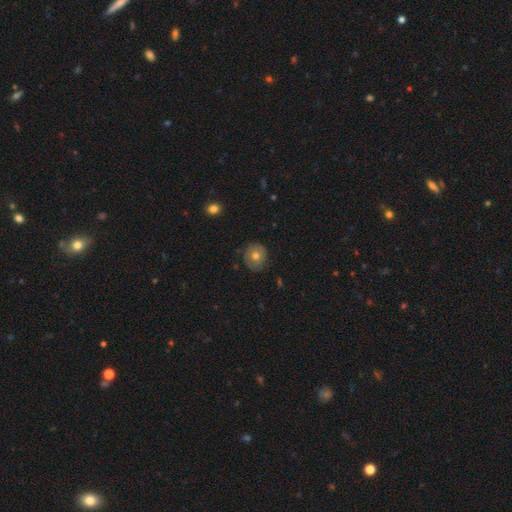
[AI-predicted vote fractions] This appears to be a smooth galaxy with no disk features (66%) that is round (86%). Merging: none (82%).